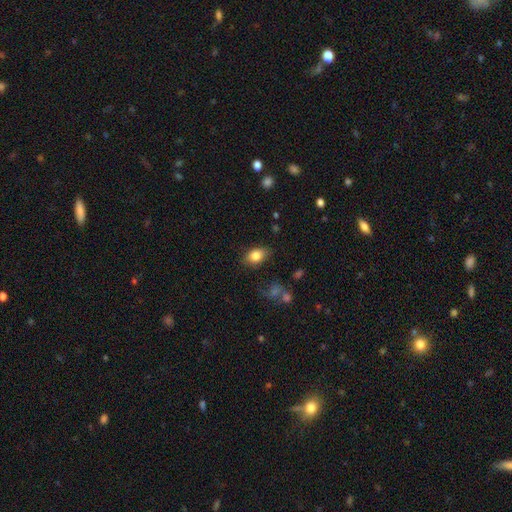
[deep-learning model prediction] Q: Smooth or featured?
A: smooth (81%); runner-up: featured or disk (11%)
Q: How rounded?
A: in between (83%); runner-up: round (15%)
Q: Merging?
A: none (77%); runner-up: minor disturbance (17%)